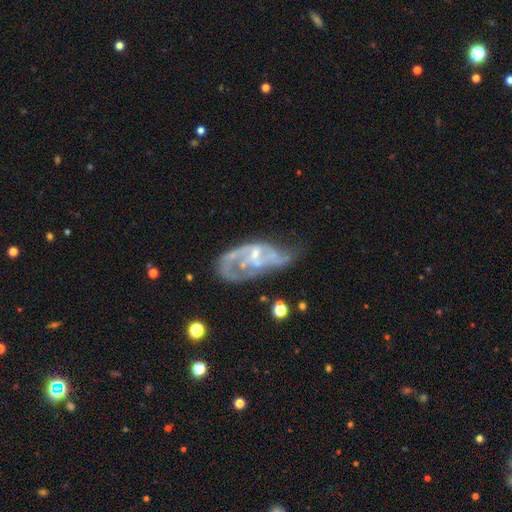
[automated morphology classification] smooth_or_featured: featured or disk (p=0.77) [alt: smooth p=0.14]
disk_edge_on: no (p=0.96) [alt: yes p=0.04]
bar: no (p=0.53) [alt: weak p=0.38]
has_spiral_arms: yes (p=0.68) [alt: no p=0.32]
spiral_winding: loose (p=0.40) [tied with: medium p=0.40]
spiral_arm_count: 2 (p=0.44) [alt: can't tell p=0.28]
bulge_size: small (p=0.58) [alt: moderate p=0.21]
merging: major disturbance (p=0.36) [alt: none p=0.29]